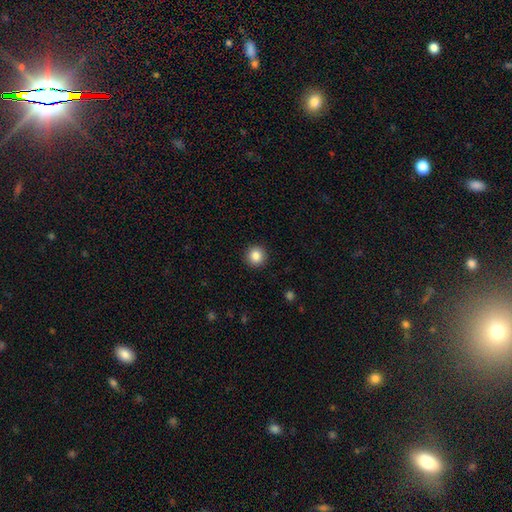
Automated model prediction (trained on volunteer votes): Overall: smooth (86%). How rounded: round (94%). Merging: none (92%).